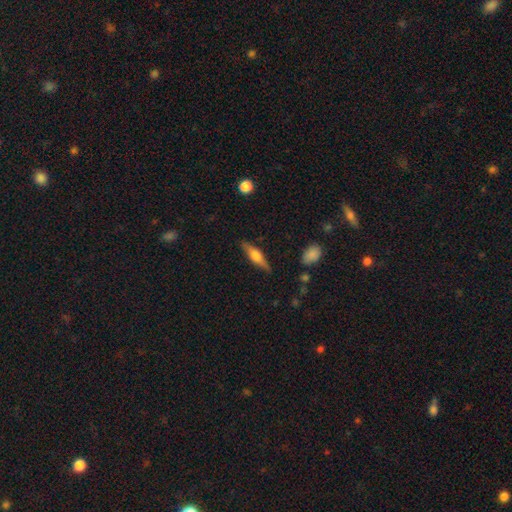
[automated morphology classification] Q: Smooth or featured?
A: featured or disk (58%); runner-up: smooth (35%)
Q: Edge-on disk?
A: yes (95%); runner-up: no (5%)
Q: Edge-on bulge?
A: rounded (82%); runner-up: boxy (15%)
Q: Merging?
A: none (85%); runner-up: minor disturbance (11%)